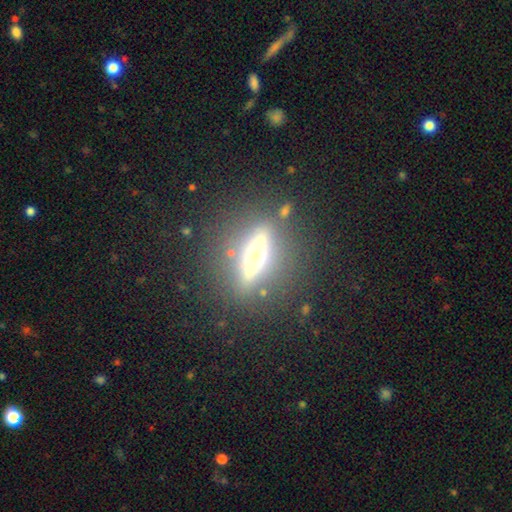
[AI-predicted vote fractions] smooth_or_featured: featured or disk (p=0.57) [alt: smooth p=0.30]
disk_edge_on: yes (p=0.78) [alt: no p=0.22]
merging: none (p=0.80) [alt: minor disturbance p=0.10]